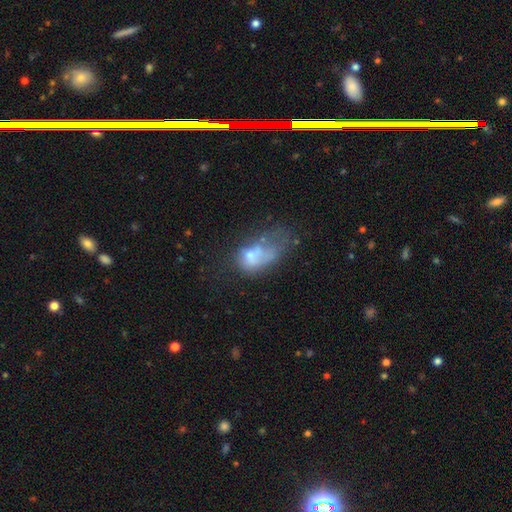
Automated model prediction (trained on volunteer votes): smooth_or_featured: smooth (p=0.51) [alt: featured or disk p=0.36]
how_rounded: in between (p=0.82) [alt: round p=0.15]
merging: major disturbance (p=0.42) [alt: merger p=0.22]